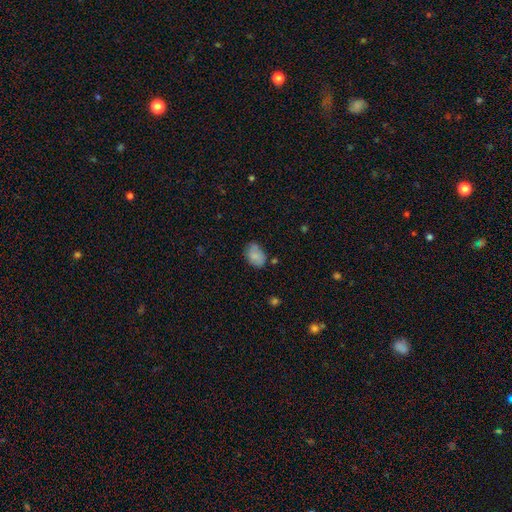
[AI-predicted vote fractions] A smooth galaxy with no disk features (81%) that is in between round and cigar-shaped (81%). Merging: none (59%).